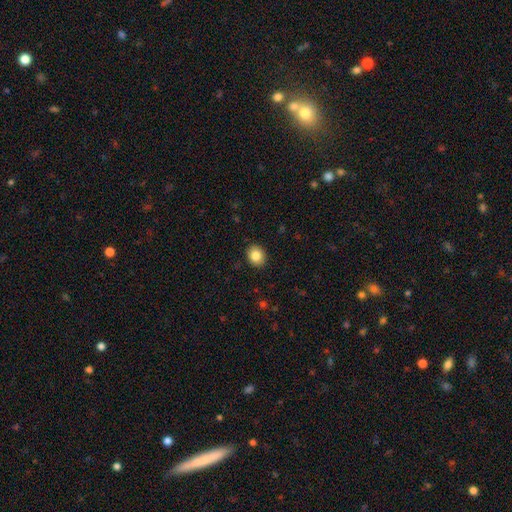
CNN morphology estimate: Smooth or featured? smooth (84%)
How rounded? round (62%)
Merging? none (91%)